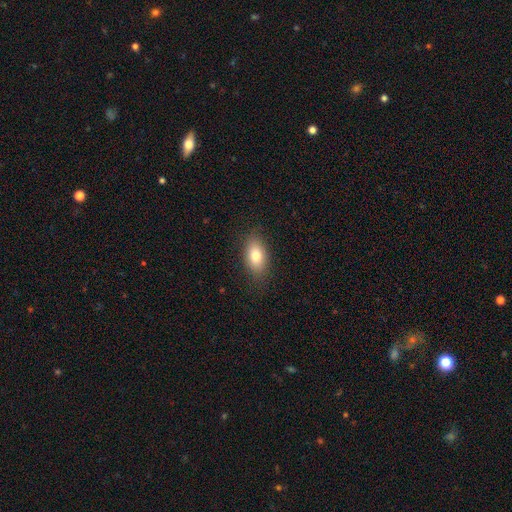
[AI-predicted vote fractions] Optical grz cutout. It shows a smooth galaxy with no disk features (78%) that is in between round and cigar-shaped (88%). Merging: none (85%).